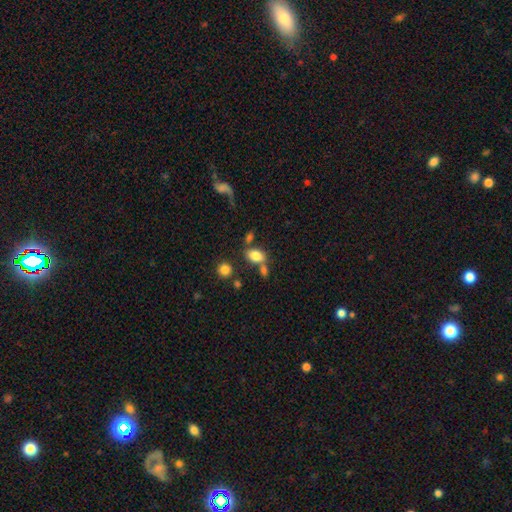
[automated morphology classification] Smooth or featured? smooth (81%)
How rounded? in between (84%)
Merging? none (57%)